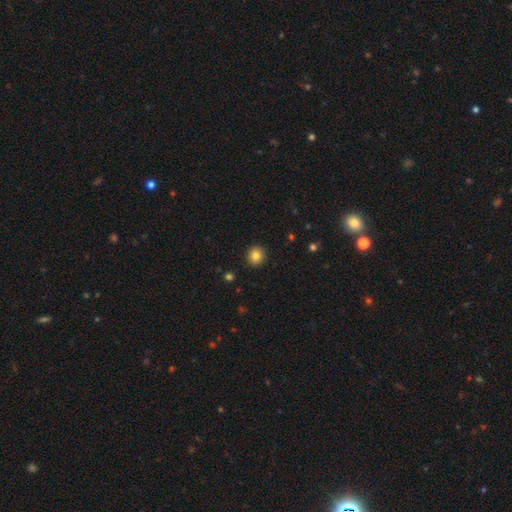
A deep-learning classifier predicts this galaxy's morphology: type=smooth (83%); roundness=round (91%); merging=none (93%).